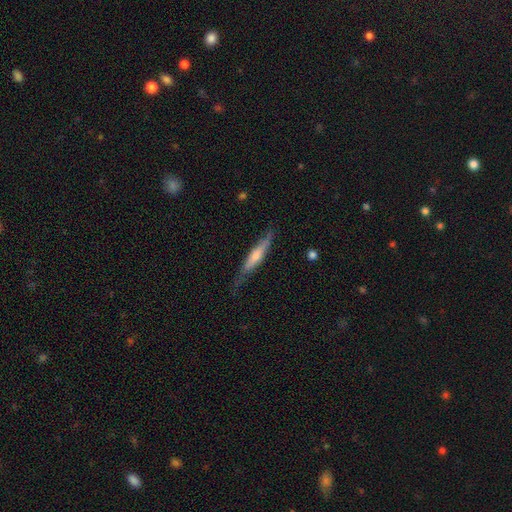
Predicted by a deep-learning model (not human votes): Smooth or featured? Predicted: featured or disk (p=0.59). Edge-on disk? Predicted: yes (p=0.89). Edge-on bulge? Predicted: rounded (p=0.59). Merging? Predicted: none (p=0.70).